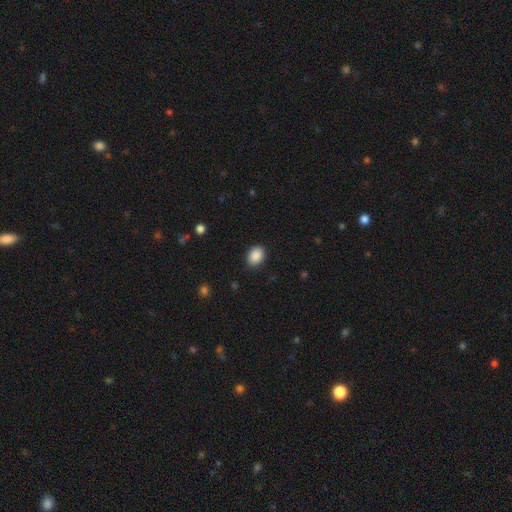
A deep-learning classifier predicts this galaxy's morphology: Q: Smooth or featured?
A: smooth (89%); runner-up: star or artifact (8%)
Q: How rounded?
A: in between (61%); runner-up: round (39%)
Q: Merging?
A: none (88%); runner-up: minor disturbance (9%)